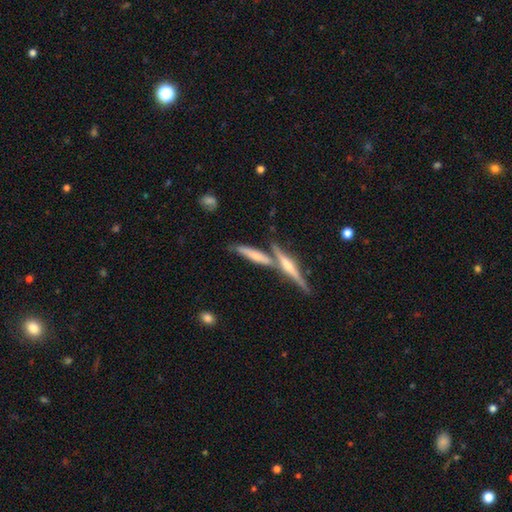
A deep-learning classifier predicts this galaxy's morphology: A featured or disk galaxy (47%). Merging: none (54%).